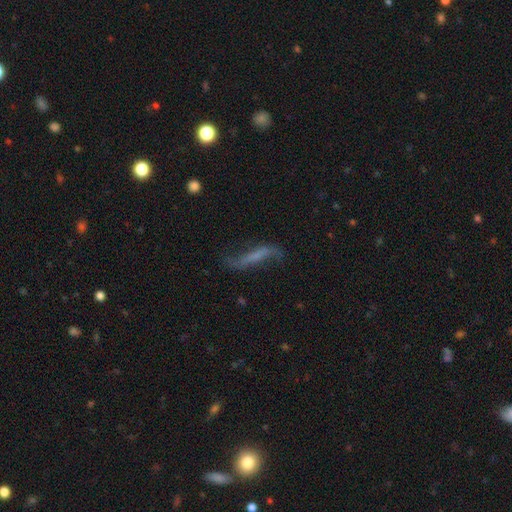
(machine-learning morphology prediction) Smooth or featured: featured or disk — 65% (smooth — 24%)
Edge-on disk: no — 71% (yes — 29%)
Merging: none — 59% (minor disturbance — 22%)